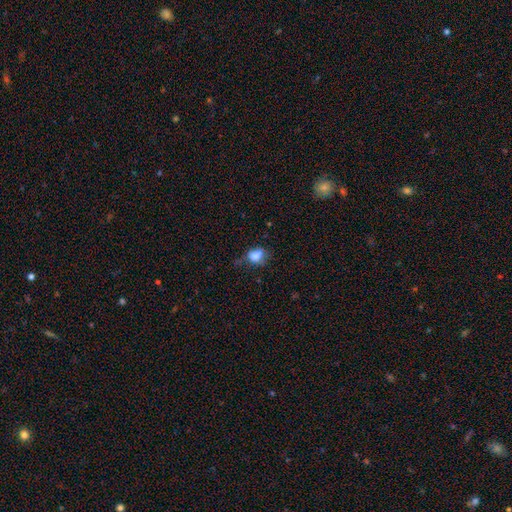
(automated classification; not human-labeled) smooth_or_featured: smooth (p=0.76) [alt: featured or disk p=0.12]
how_rounded: in between (p=0.70) [alt: round p=0.28]
merging: none (p=0.40) [alt: minor disturbance p=0.34]